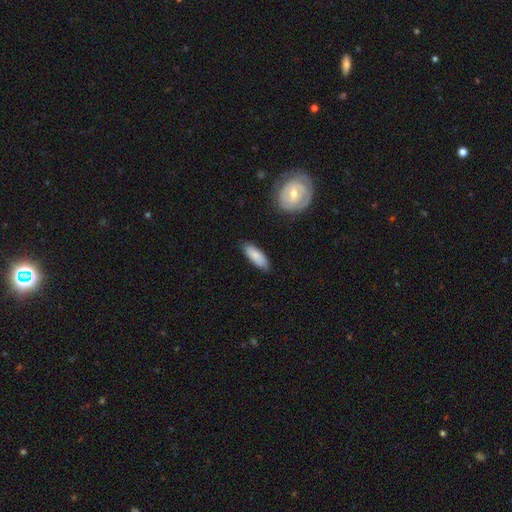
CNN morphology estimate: smooth_or_featured: smooth (p=0.82) [alt: featured or disk p=0.12]
how_rounded: in between (p=0.65) [alt: cigar-shaped p=0.34]
merging: none (p=0.83) [alt: minor disturbance p=0.13]